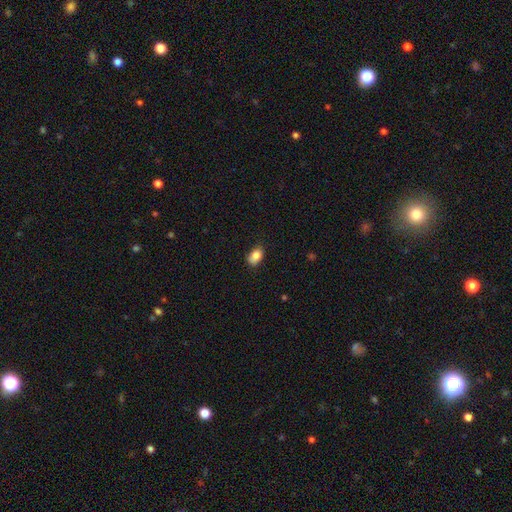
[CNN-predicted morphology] A smooth galaxy with no disk features (84%) that is in between round and cigar-shaped (83%).

Vote fractions:
- Smooth or featured? smooth: 84% / star or artifact: 9% / featured or disk: 8%
- How rounded? in between: 83% / round: 16% / cigar-shaped: 1%
- Merging? none: 72% / minor disturbance: 23% / major disturbance: 4% / merger: 2%